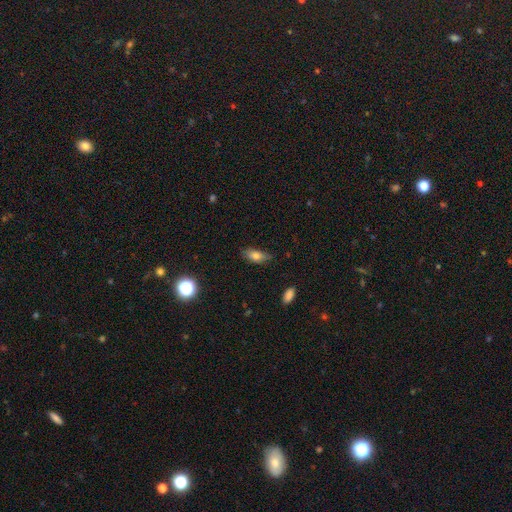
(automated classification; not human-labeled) smooth_or_featured: smooth (p=0.77) [alt: featured or disk p=0.14]
how_rounded: in between (p=0.82) [alt: cigar-shaped p=0.14]
merging: none (p=0.73) [alt: minor disturbance p=0.21]